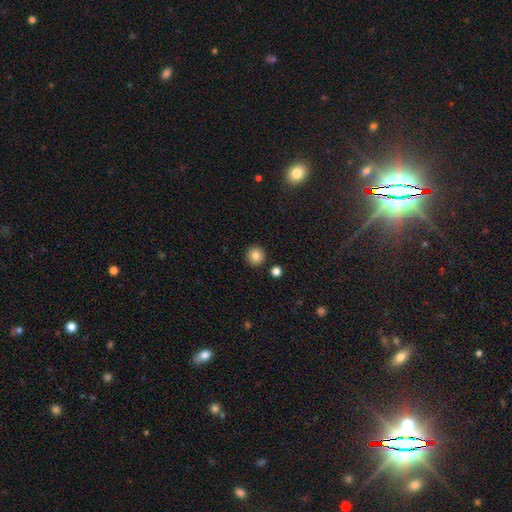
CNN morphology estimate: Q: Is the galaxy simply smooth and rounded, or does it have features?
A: smooth — 84%.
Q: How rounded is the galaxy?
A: round — 95%.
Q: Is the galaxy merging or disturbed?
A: none — 91%.